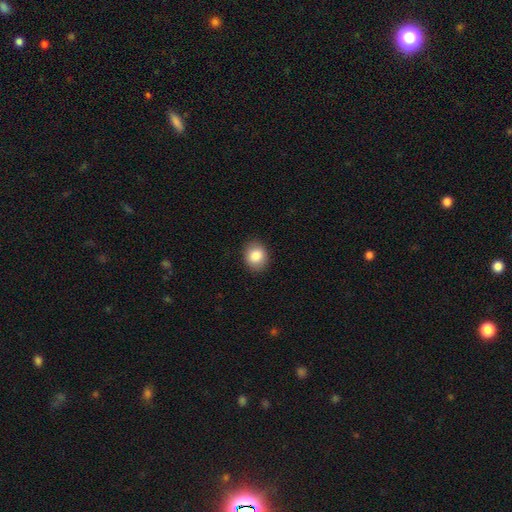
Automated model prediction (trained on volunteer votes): This is clearly a smooth galaxy (86%). How rounded: possibly round (56%). Merging: clearly none (88%).